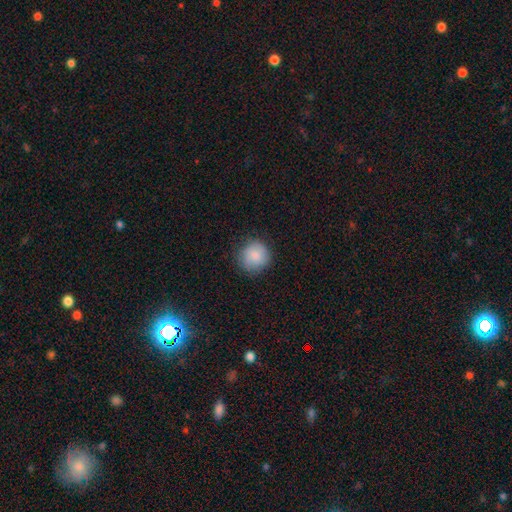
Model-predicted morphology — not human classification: Overall: smooth (85%). How rounded: round (92%). Merging: none (80%).